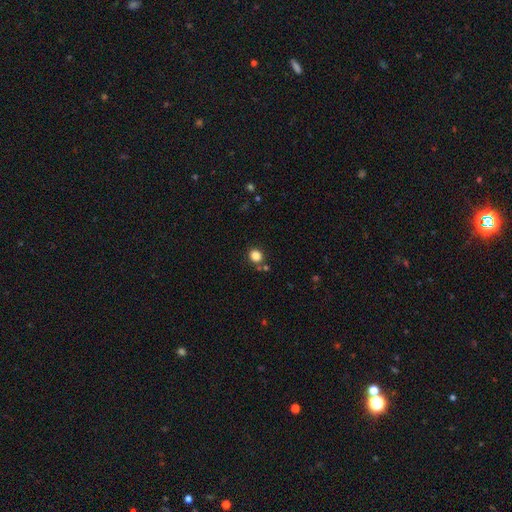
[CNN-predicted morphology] smooth_or_featured: smooth (p=0.83) [alt: star or artifact p=0.12]
how_rounded: round (p=0.77) [alt: in between p=0.22]
merging: none (p=0.80) [alt: minor disturbance p=0.09]